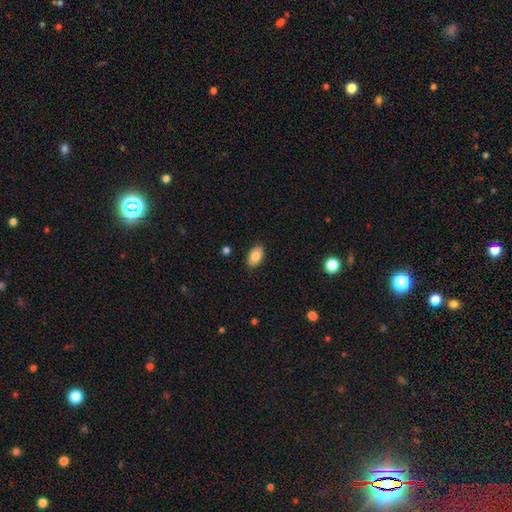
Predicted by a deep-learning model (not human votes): Smooth or featured? Predicted: smooth (p=0.84). How rounded? Predicted: in between (p=0.92). Merging? Predicted: none (p=0.88).